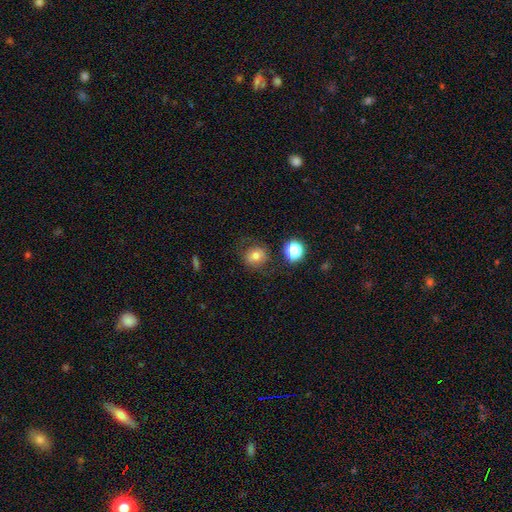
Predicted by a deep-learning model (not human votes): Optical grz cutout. It shows a smooth galaxy with no disk features (67%) that is round (82%). Merging: none (69%).